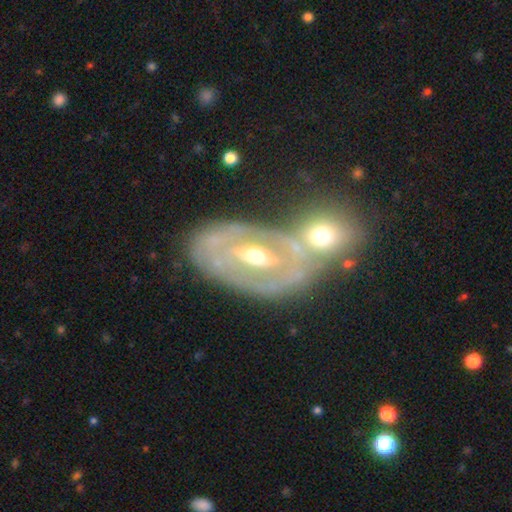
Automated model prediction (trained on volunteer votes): Smooth or featured: featured or disk — 80% (smooth — 13%)
Edge-on disk: no — 93% (yes — 7%)
Bar: no — 45% (weak — 35%)
Spiral arms: yes — 71% (no — 29%)
Spiral winding: tight — 70% (medium — 22%)
Spiral arm count: can't tell — 42% (2 — 39%)
Bulge size: moderate — 60% (small — 35%)
Merging: merger — 46% (none — 36%)